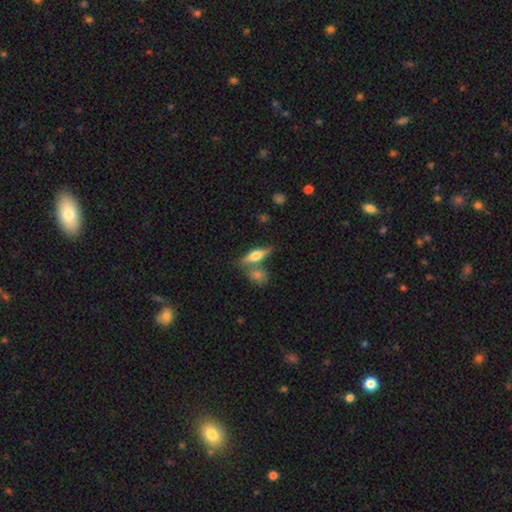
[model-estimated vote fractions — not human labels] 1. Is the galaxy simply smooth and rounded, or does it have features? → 49% smooth, 43% featured or disk, 7% star or artifact.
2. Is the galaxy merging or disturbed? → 57% none, 27% merger, 11% minor disturbance, 4% major disturbance.